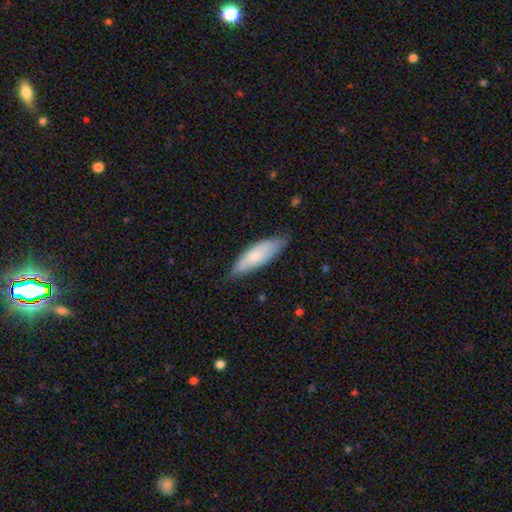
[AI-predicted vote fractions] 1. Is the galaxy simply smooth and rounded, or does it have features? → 71% smooth, 23% featured or disk, 6% star or artifact.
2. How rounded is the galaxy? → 55% in between, 43% cigar-shaped, 2% round.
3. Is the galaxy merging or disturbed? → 70% none, 25% minor disturbance, 4% major disturbance, 1% merger.